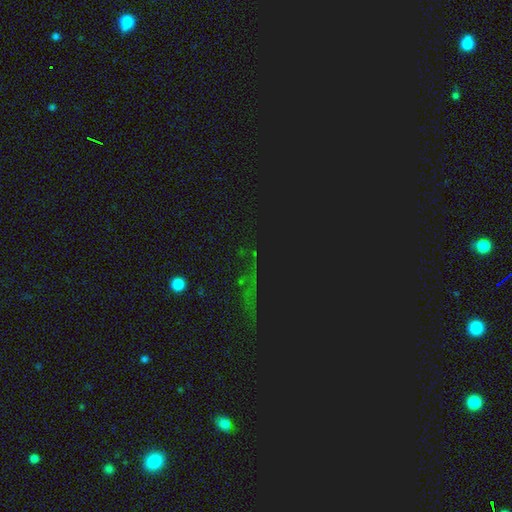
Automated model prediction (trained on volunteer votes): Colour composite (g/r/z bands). It shows a star or artifact, not a galaxy (79%).